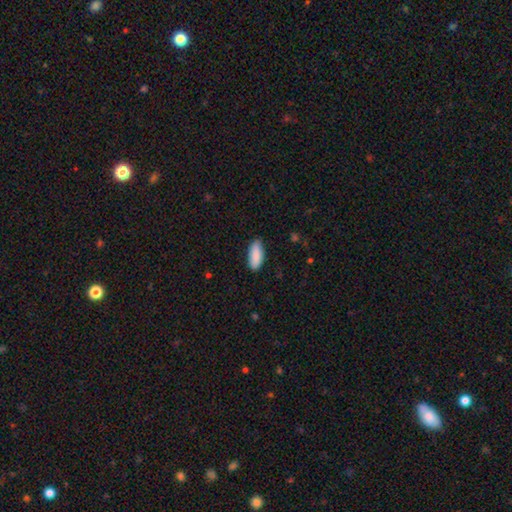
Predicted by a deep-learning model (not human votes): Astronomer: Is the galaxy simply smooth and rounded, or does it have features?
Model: smooth — 89%.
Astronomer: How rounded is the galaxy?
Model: in between — 80%.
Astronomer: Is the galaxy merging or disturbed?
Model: none — 85%.